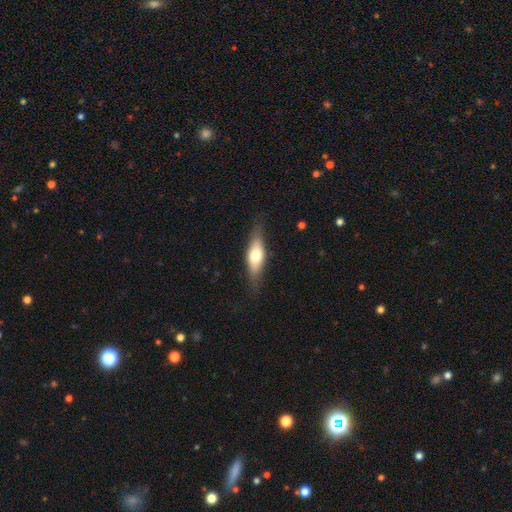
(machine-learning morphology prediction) Smooth or featured? Predicted: smooth (p=0.59). How rounded? Predicted: in between (p=0.54). Merging? Predicted: none (p=0.80).